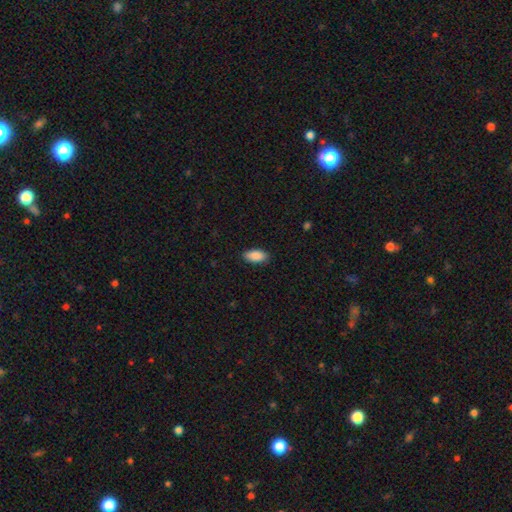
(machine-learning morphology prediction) Overall: smooth (90%). How rounded: in between (91%). Merging: none (89%).